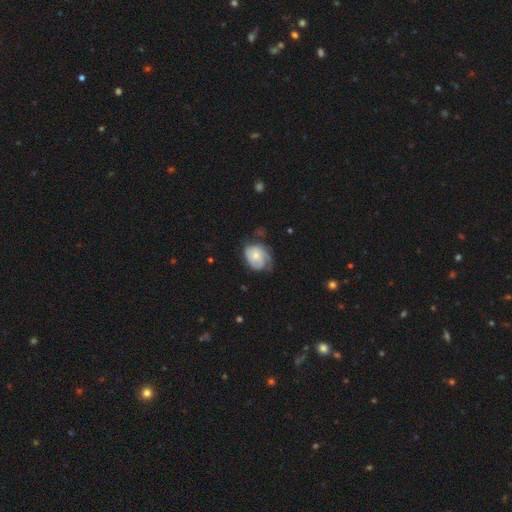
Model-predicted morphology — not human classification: Overall: featured or disk (56%; smooth 37%). Edge-on disk: no (97%). Bar: no (77%). Spiral arms: yes (84%). Bulge size: small (48%; moderate 41%). Merging: none (49%; minor disturbance 31%).